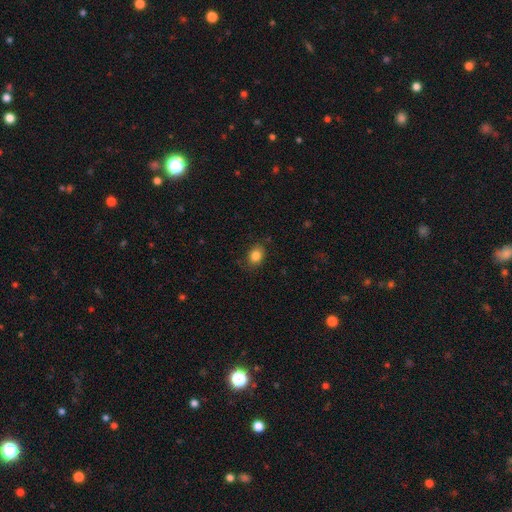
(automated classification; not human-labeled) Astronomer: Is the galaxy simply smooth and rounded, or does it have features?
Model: smooth — 83%.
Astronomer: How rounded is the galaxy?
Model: in between — 60% (runner-up: round, 38%).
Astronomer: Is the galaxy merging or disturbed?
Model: none — 82%.